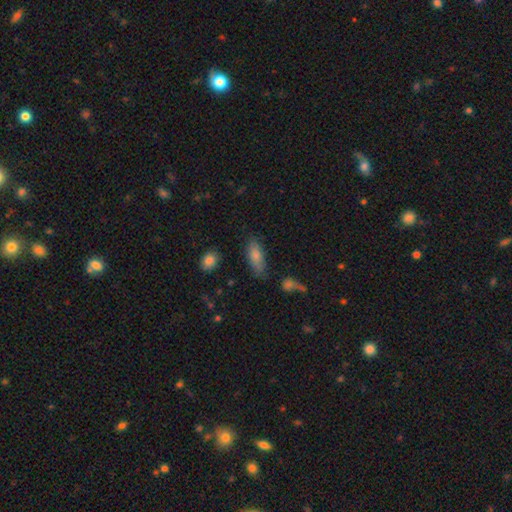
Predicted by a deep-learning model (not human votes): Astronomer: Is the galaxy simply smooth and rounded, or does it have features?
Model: smooth — 80%.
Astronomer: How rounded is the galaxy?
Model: in between — 80%.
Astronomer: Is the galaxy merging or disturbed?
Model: none — 71%.